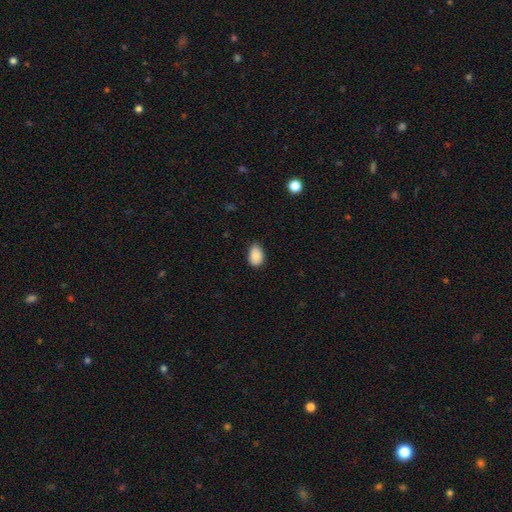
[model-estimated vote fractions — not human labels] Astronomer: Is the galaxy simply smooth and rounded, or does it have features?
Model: smooth — 87%.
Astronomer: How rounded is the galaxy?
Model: in between — 85%.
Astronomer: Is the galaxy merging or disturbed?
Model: none — 75%.